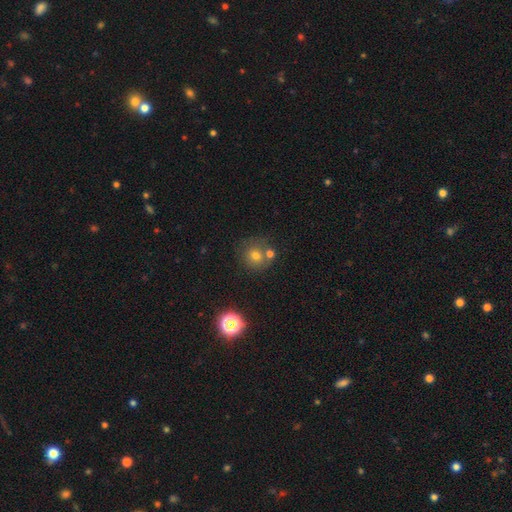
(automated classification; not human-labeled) Q: Smooth or featured?
A: smooth (70%); runner-up: star or artifact (16%)
Q: How rounded?
A: round (88%); runner-up: in between (11%)
Q: Merging?
A: none (56%); runner-up: merger (28%)